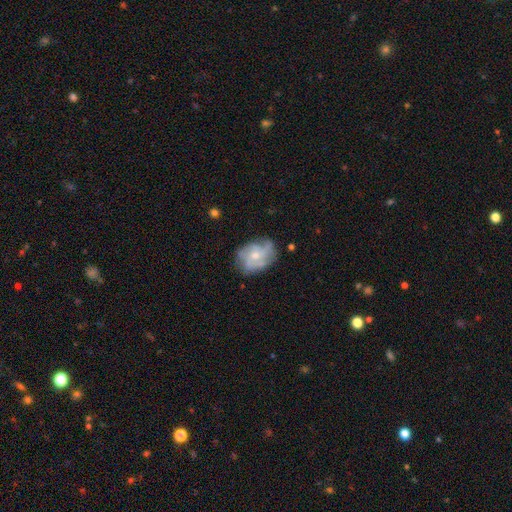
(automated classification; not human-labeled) This is likely a featured or disk galaxy (70%). It is clearly not viewed edge-on (97%). Bar: likely no (75%). Spiral arm pattern: clearly yes (83%). Spiral arm count: marginally 3 (30%). Spiral winding: marginally medium (44%). Central bulge: possibly small (50%). Merging: likely none (63%).